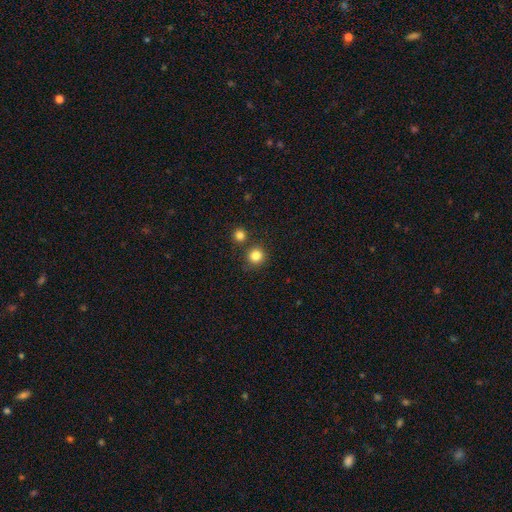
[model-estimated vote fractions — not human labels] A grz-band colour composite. It shows a smooth galaxy with no disk features (83%) that is round (93%). Merging: none (79%).